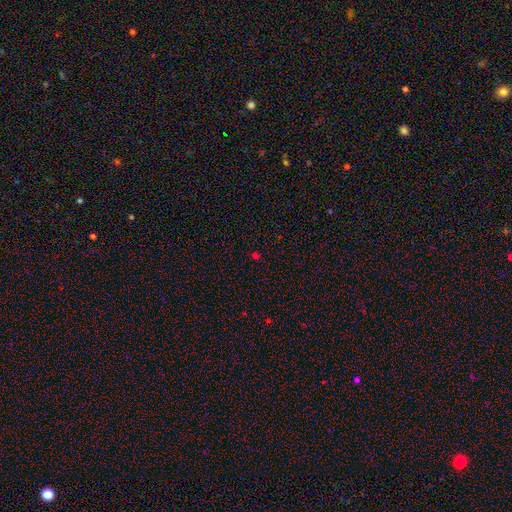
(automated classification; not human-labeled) A star or artifact, not a galaxy (49%).